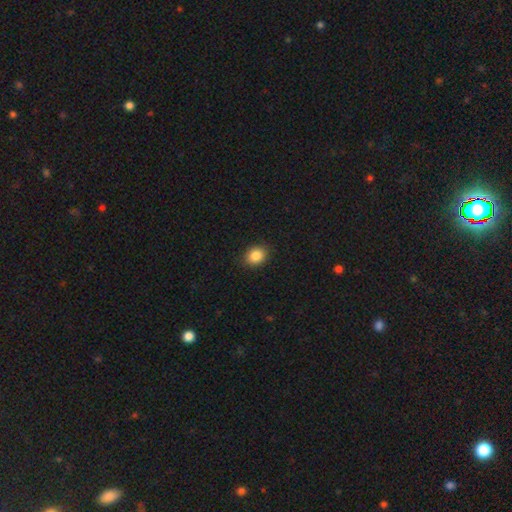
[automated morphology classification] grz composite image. It shows a smooth galaxy with no disk features (86%) that is round (54%). Merging: none (89%).